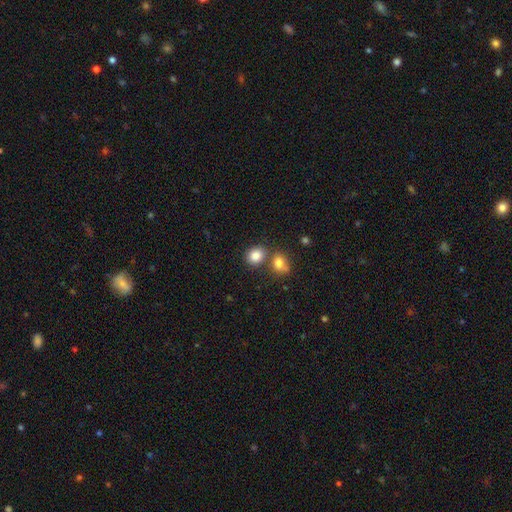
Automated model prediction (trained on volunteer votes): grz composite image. It shows a smooth galaxy with no disk features (84%) that is round (63%). Merging: none (63%).